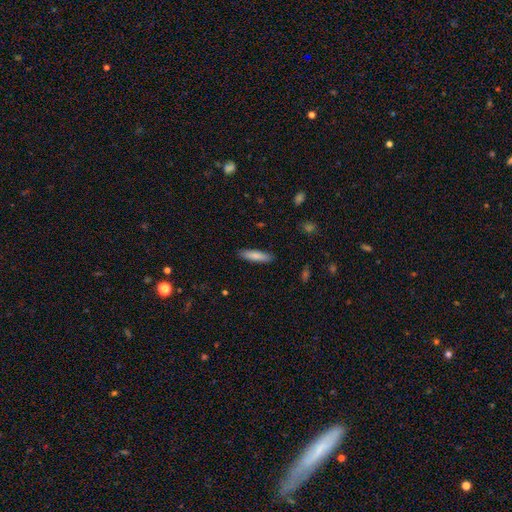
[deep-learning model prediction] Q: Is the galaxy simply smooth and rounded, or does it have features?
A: smooth — 83%.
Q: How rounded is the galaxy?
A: cigar-shaped — 77%.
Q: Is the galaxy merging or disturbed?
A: none — 89%.